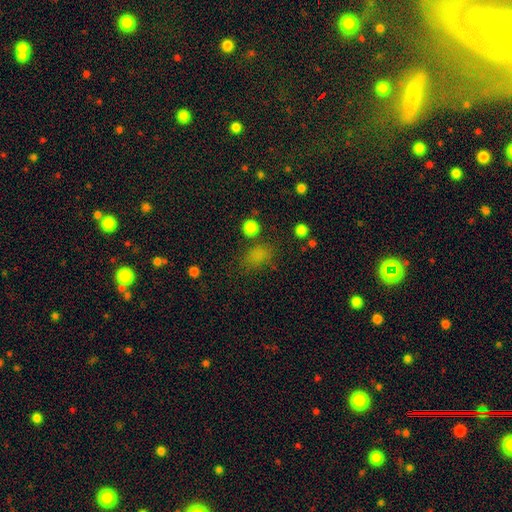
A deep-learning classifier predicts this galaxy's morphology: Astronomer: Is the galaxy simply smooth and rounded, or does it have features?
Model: smooth — 69%.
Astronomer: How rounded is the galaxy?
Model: in between — 69%.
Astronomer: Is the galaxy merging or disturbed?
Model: none — 70%.